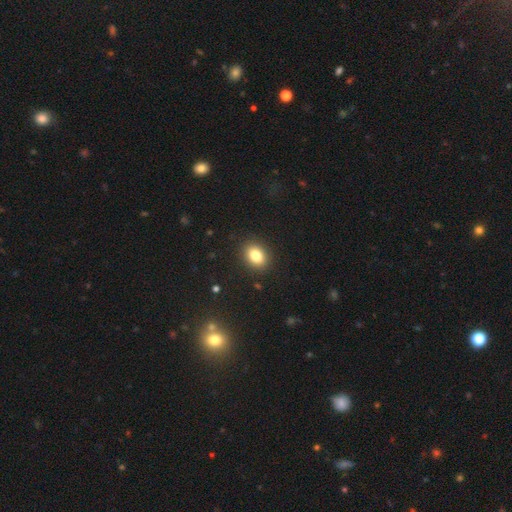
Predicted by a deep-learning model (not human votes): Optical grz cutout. It shows a smooth galaxy with no disk features (83%) that is in between round and cigar-shaped (68%). Merging: none (89%).